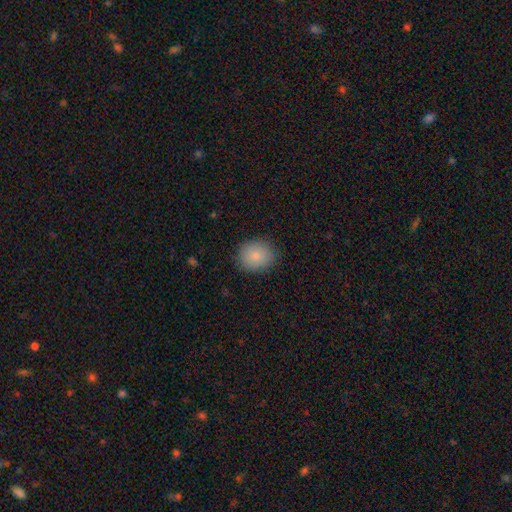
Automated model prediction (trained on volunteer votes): Smooth or featured? Predicted: smooth (p=0.84). How rounded? Predicted: round (p=0.74). Merging? Predicted: none (p=0.87).